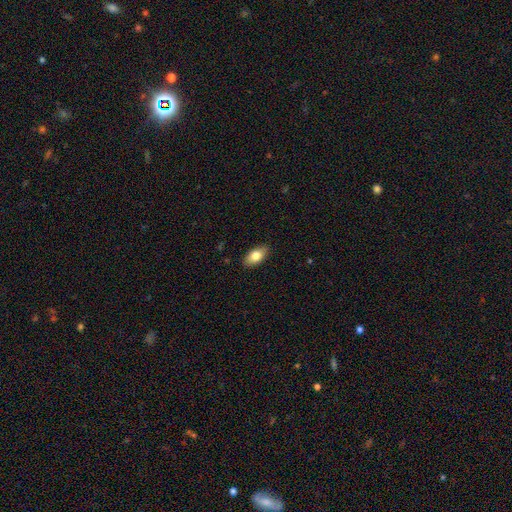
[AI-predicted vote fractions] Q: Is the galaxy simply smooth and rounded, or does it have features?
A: smooth — 80%.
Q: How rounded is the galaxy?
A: in between — 91%.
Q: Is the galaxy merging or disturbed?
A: none — 88%.